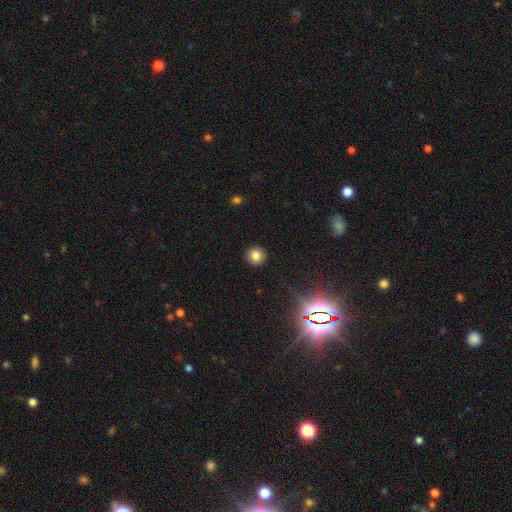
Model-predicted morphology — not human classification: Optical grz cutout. It shows a smooth galaxy with no disk features (80%) that is round (92%). Merging: none (92%).